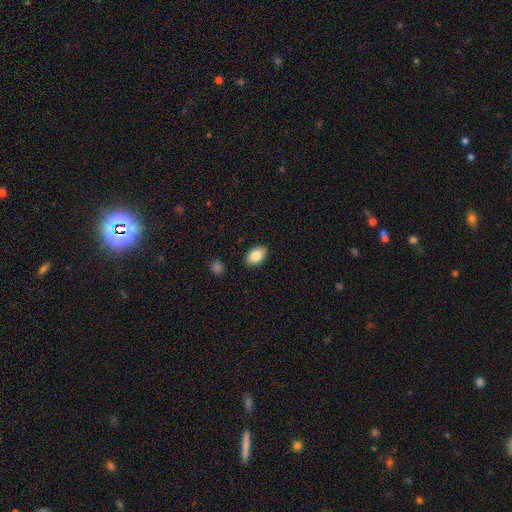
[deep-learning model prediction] smooth 84%, featured or disk 9%, star or artifact 7%. Down the decision tree: how rounded — in between (90%); merging — none (89%).